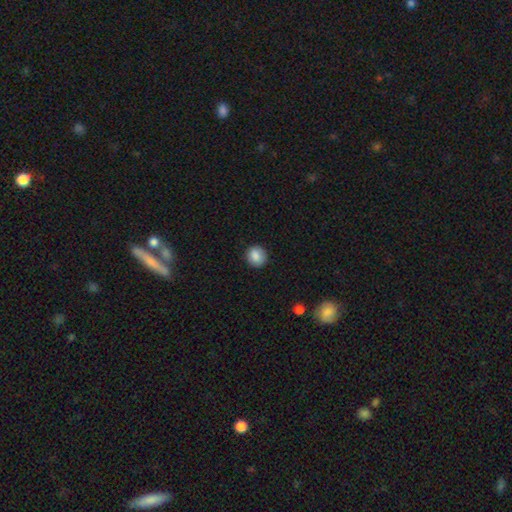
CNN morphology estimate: A smooth galaxy with no disk features (87%) that is round (87%).

Vote fractions:
- Smooth or featured? smooth: 87% / star or artifact: 9% / featured or disk: 5%
- How rounded? round: 87% / in between: 12% / cigar-shaped: 1%
- Merging? none: 90% / minor disturbance: 7% / major disturbance: 2% / merger: 1%